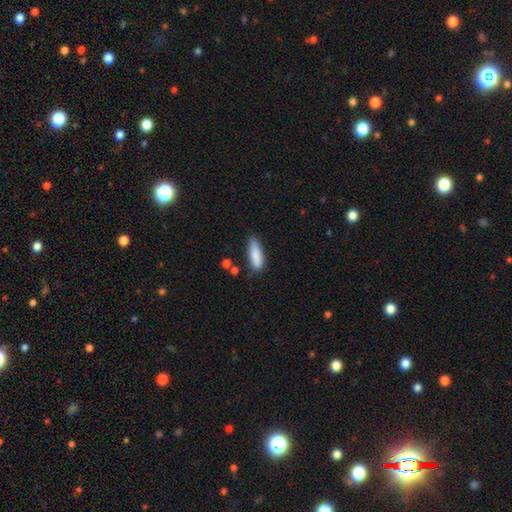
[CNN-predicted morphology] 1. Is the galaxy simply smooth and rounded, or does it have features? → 86% smooth, 7% featured or disk, 7% star or artifact.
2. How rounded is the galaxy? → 51% in between, 47% cigar-shaped, 2% round.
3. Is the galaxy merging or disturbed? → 70% none, 22% minor disturbance, 4% major disturbance, 3% merger.